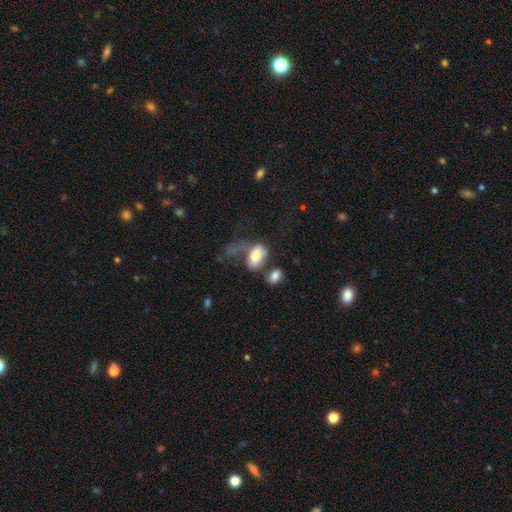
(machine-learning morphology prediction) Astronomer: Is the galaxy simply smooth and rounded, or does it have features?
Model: smooth — 73%.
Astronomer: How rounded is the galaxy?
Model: in between — 90%.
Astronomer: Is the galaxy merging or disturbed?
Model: major disturbance — 39% (runner-up: merger, 26%).